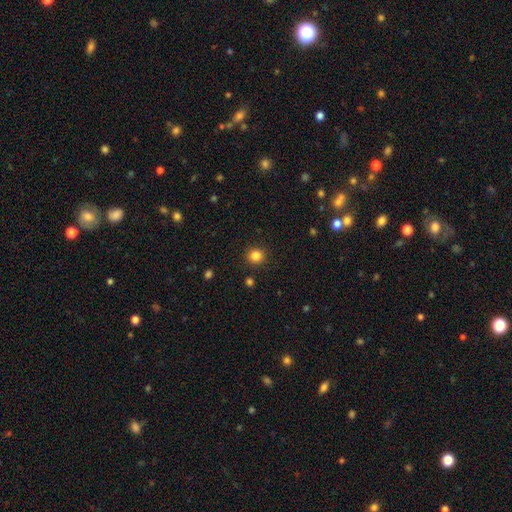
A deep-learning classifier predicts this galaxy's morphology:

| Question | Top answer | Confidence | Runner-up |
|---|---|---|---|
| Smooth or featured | smooth | 83% | star or artifact (12%) |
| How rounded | round | 91% | in between (8%) |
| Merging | none | 90% | minor disturbance (6%) |